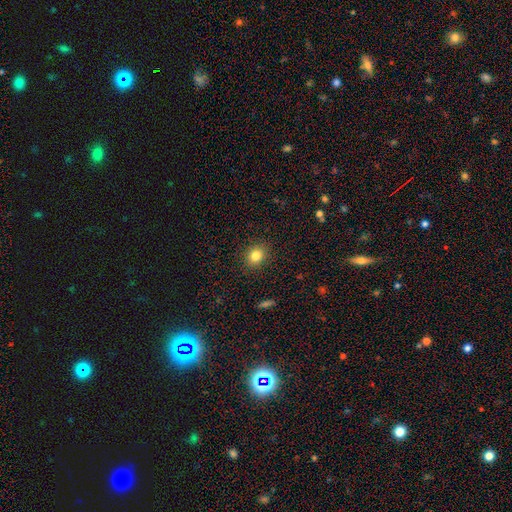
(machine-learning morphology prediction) type=smooth (82%); roundness=round (64%); merging=none (90%).